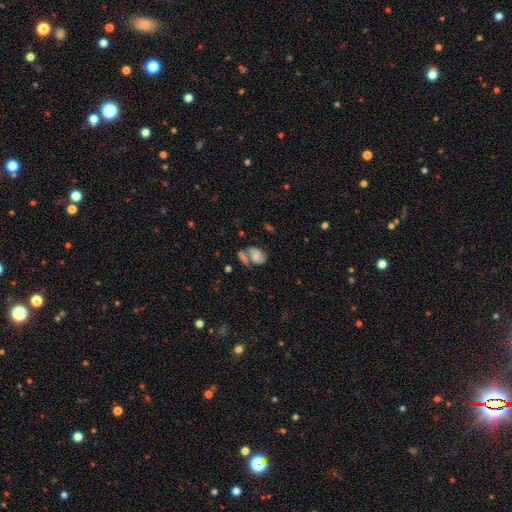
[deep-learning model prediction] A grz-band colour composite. It shows a smooth galaxy with no disk features (50%) that is in between round and cigar-shaped (77%). Merging: merger (37%).